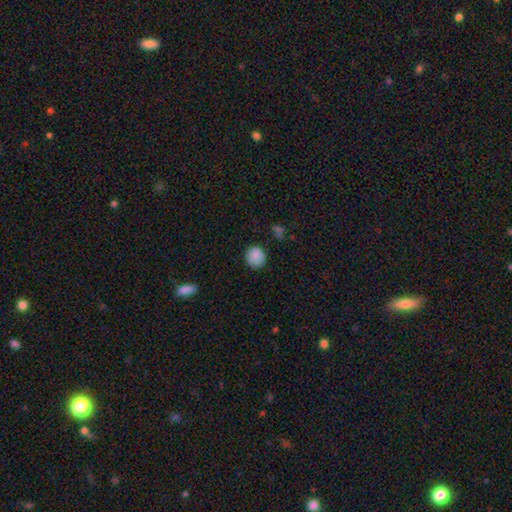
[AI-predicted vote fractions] Morphology: type=smooth (86%); roundness=round (85%); merging=none (82%).